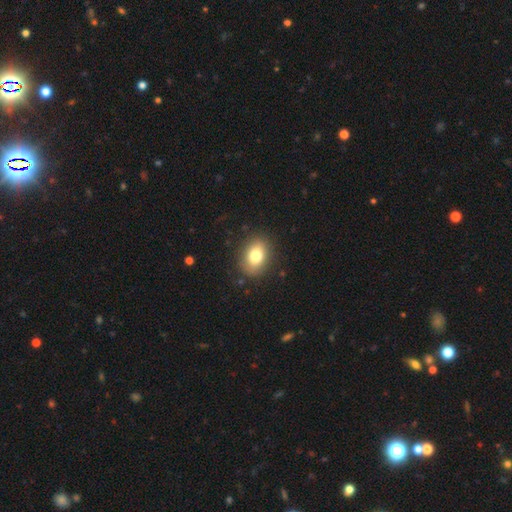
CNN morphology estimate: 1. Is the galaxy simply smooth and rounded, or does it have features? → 79% smooth, 12% featured or disk, 9% star or artifact.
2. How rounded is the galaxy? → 70% in between, 28% round, 1% cigar-shaped.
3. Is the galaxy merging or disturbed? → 86% none, 10% minor disturbance, 3% major disturbance, 1% merger.